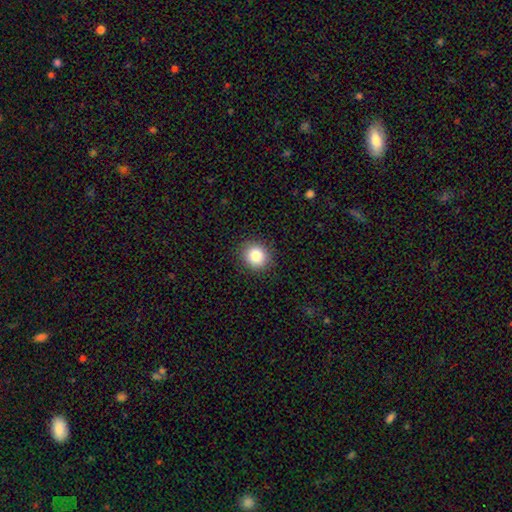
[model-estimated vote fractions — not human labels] smooth_or_featured: smooth (p=0.84) [alt: star or artifact p=0.10]
how_rounded: round (p=0.83) [alt: in between p=0.16]
merging: none (p=0.90) [alt: minor disturbance p=0.07]